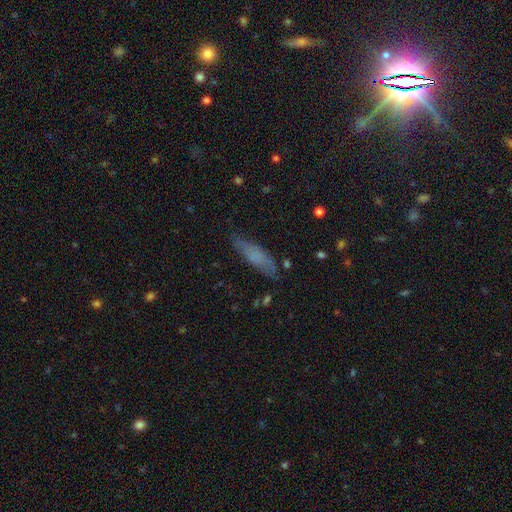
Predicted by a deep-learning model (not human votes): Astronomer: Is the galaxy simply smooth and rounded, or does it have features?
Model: smooth — 65%.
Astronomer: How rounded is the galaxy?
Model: cigar-shaped — 61% (runner-up: in between, 37%).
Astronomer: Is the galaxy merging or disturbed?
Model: none — 72%.